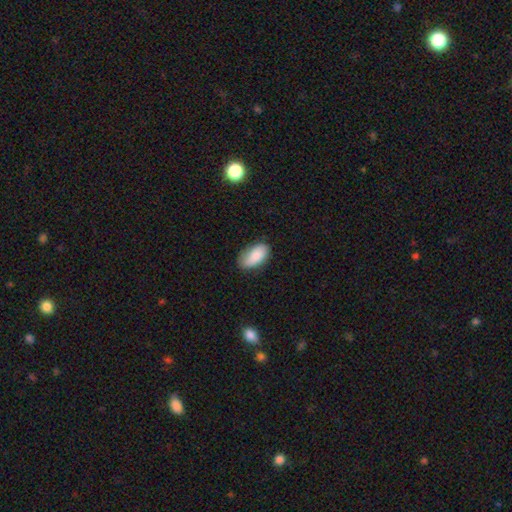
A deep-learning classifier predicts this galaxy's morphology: This is clearly a smooth galaxy (84%). How rounded: clearly in between (94%). Merging: likely none (75%).